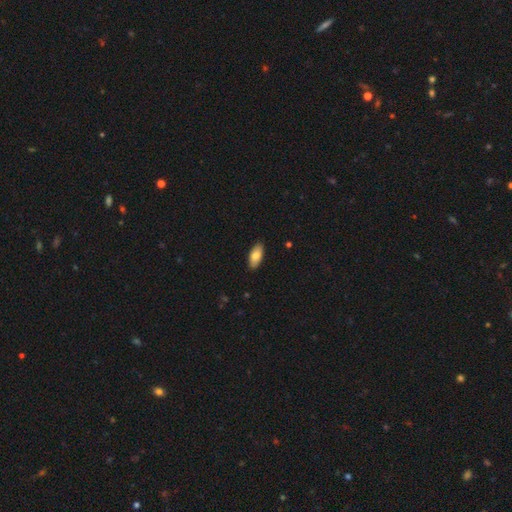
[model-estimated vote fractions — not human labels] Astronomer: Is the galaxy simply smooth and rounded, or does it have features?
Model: smooth — 81%.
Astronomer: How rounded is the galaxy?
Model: in between — 88%.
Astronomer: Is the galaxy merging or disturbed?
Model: none — 89%.